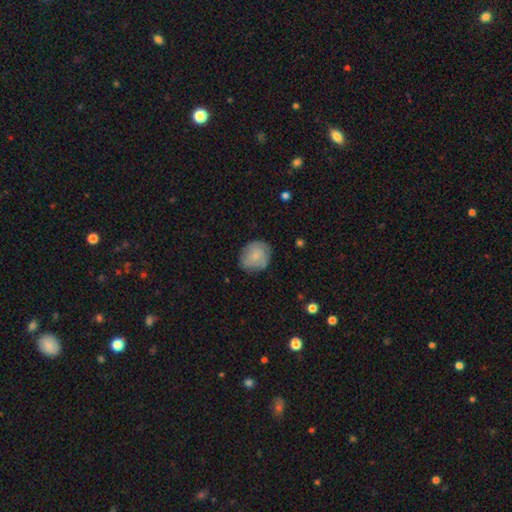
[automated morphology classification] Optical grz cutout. It shows a smooth galaxy with no disk features (71%) that is round (75%). Merging: none (75%).